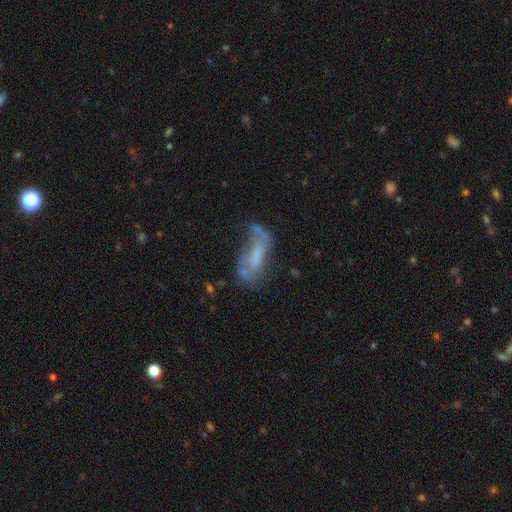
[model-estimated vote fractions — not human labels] Smooth or featured?
  - featured or disk: 54% *
  - smooth: 34%
  - star or artifact: 12%
Edge-on disk?
  - no: 87% *
  - yes: 13%
Merging?
  - none: 40% *
  - minor disturbance: 26%
  - major disturbance: 25%
  - merger: 8%